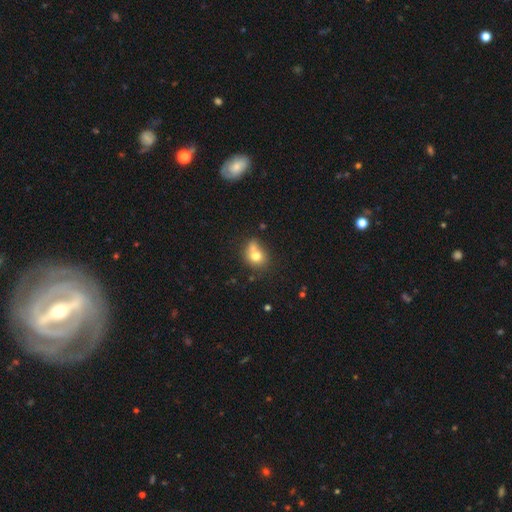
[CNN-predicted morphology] smooth-or-featured: smooth: 73% | featured or disk: 16% | star or artifact: 12%
  how-rounded: round: 65% | in between: 34% | cigar-shaped: 1%
  merging: none: 43% | merger: 33% | minor disturbance: 17% | major disturbance: 7%